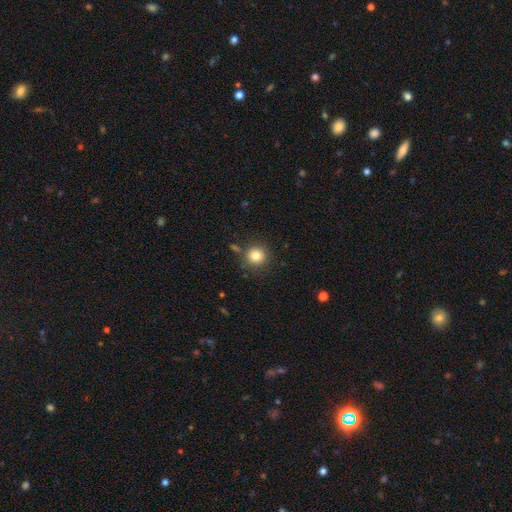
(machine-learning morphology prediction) A smooth galaxy with no disk features (82%) that is round (93%). Merging: none (84%).